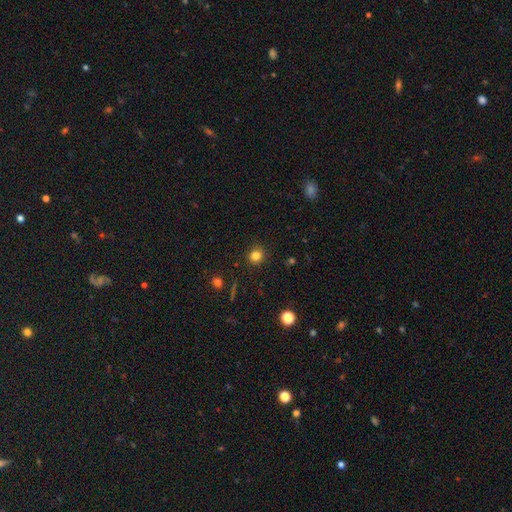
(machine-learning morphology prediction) Smooth or featured: smooth — 81% (star or artifact — 14%)
How rounded: round — 91% (in between — 9%)
Merging: none — 90% (minor disturbance — 6%)